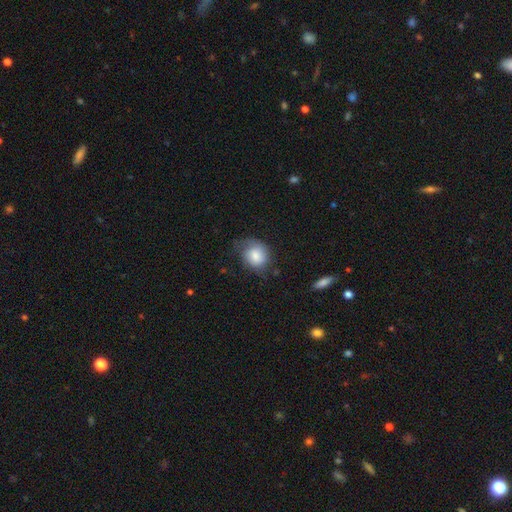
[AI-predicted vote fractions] A smooth galaxy with no disk features (75%) that is round (62%). Merging: none (49%).